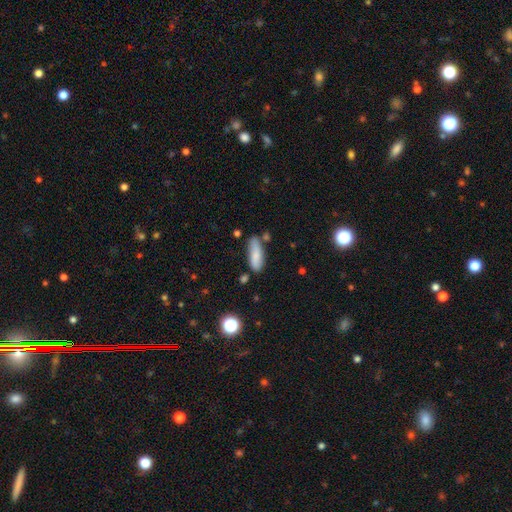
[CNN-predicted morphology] This appears to be a smooth galaxy with no disk features (79%) that is in between round and cigar-shaped (57%). Merging: none (66%).